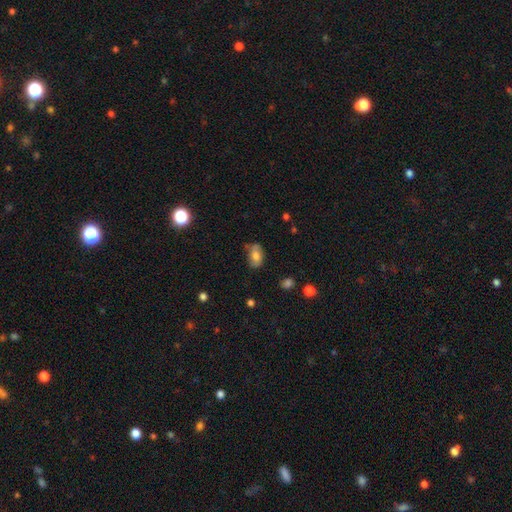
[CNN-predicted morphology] Smooth or featured?
  - smooth: 72% *
  - featured or disk: 19%
  - star or artifact: 9%
How rounded?
  - in between: 88% *
  - round: 10%
  - cigar-shaped: 2%
Merging?
  - none: 64% *
  - minor disturbance: 27%
  - major disturbance: 7%
  - merger: 3%